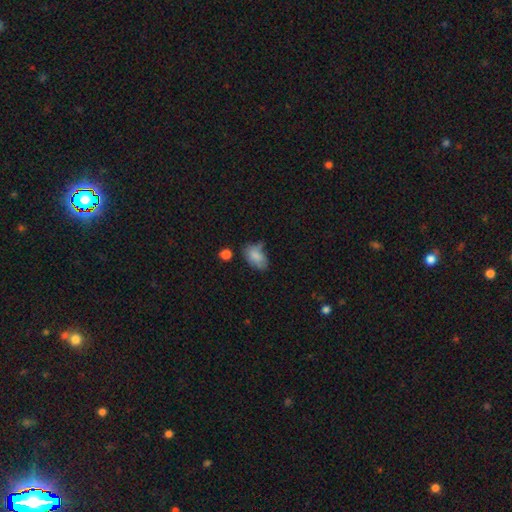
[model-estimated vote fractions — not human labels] smooth 80%, featured or disk 12%, star or artifact 8%. Down the decision tree: how rounded — in between (89%); merging — none (46%).